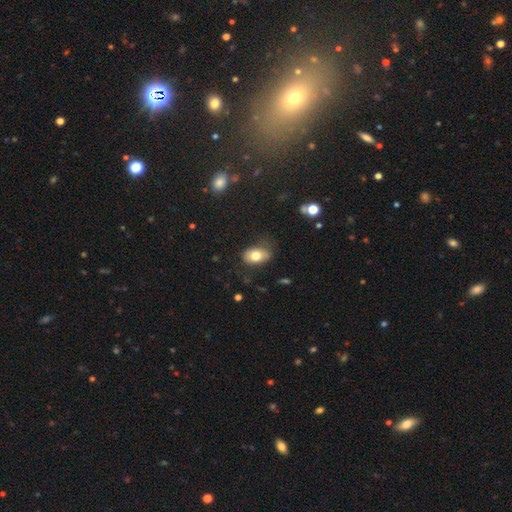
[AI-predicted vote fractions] Overall: smooth (79%). How rounded: in between (86%). Merging: none (69%).